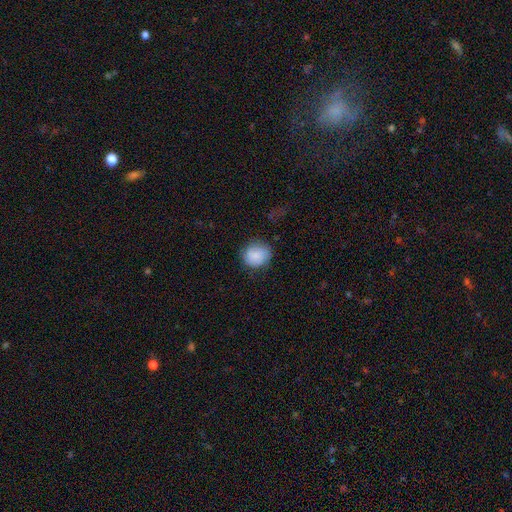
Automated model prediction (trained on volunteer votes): smooth-or-featured: smooth: 83% | featured or disk: 10% | star or artifact: 7%
  how-rounded: round: 81% | in between: 18% | cigar-shaped: 1%
  merging: none: 76% | minor disturbance: 18% | major disturbance: 5% | merger: 1%